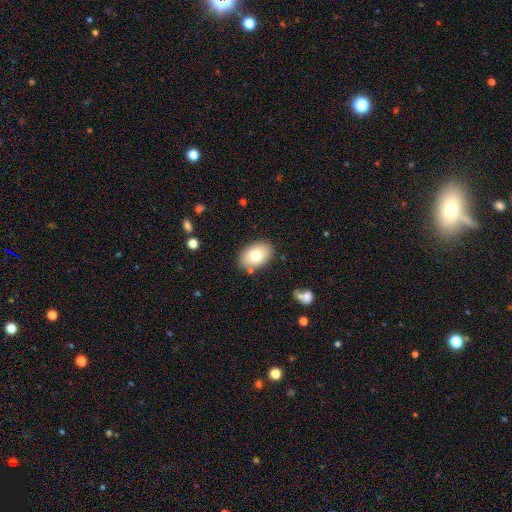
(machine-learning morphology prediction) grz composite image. It shows a smooth galaxy with no disk features (75%) that is in between round and cigar-shaped (82%). Merging: none (83%).